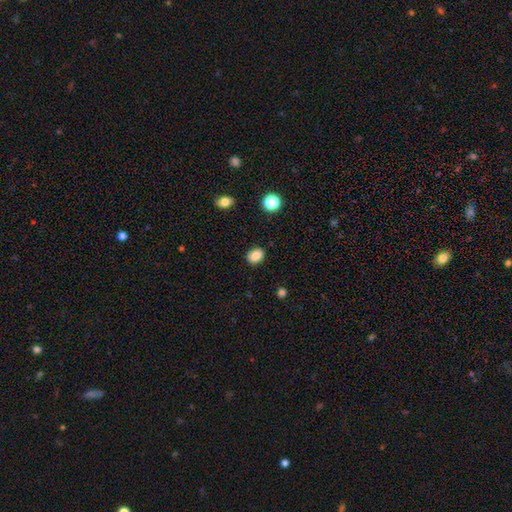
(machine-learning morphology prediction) smooth_or_featured: smooth (p=0.85) [alt: star or artifact p=0.10]
how_rounded: in between (p=0.52) [alt: round p=0.47]
merging: none (p=0.89) [alt: minor disturbance p=0.08]